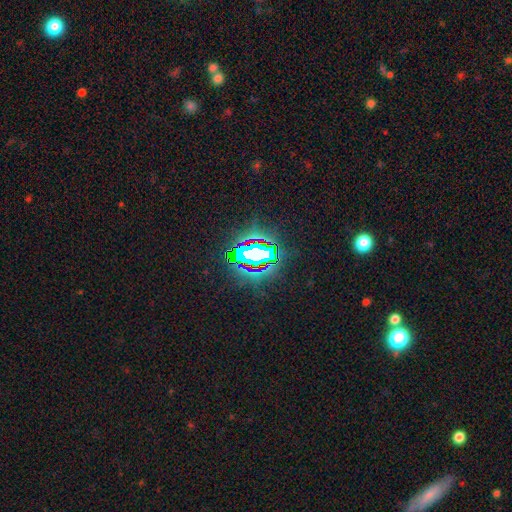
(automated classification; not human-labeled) This appears to be a star or artifact, not a galaxy (70%).